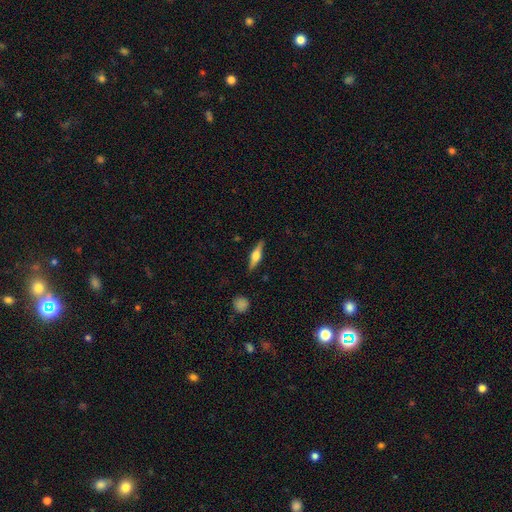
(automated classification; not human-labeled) Smooth or featured? featured or disk (63%)
Edge-on disk? yes (96%)
Edge-on bulge? rounded (90%)
Merging? none (87%)